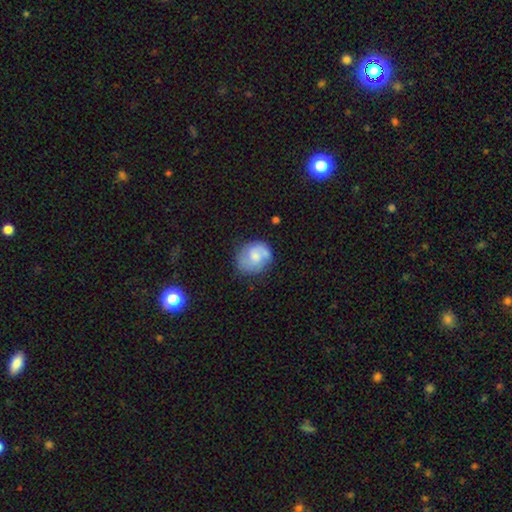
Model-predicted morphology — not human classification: Overall: featured or disk (49%; smooth 44%). Merging: none (66%).